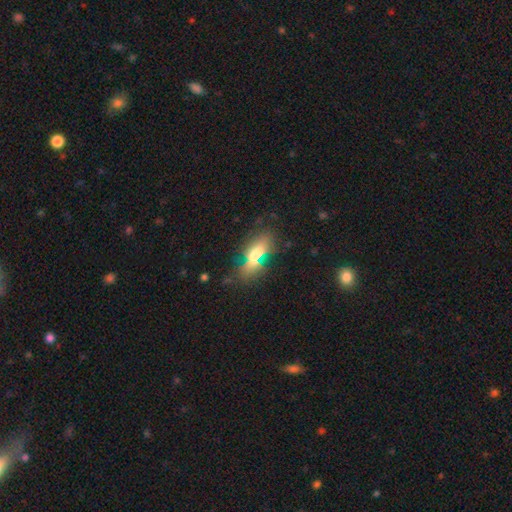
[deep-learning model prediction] A smooth galaxy with no disk features (63%) that is in between round and cigar-shaped (71%). Merging: none (66%).